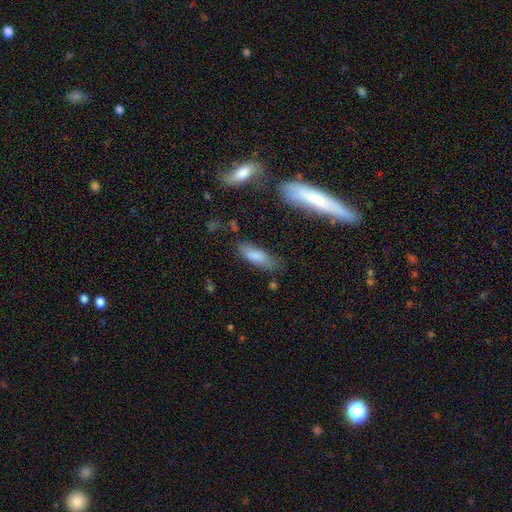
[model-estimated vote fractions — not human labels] Smooth or featured?
  - smooth: 79% *
  - featured or disk: 13%
  - star or artifact: 8%
How rounded?
  - in between: 60% *
  - cigar-shaped: 38%
  - round: 2%
Merging?
  - none: 70% *
  - minor disturbance: 20%
  - major disturbance: 6%
  - merger: 4%